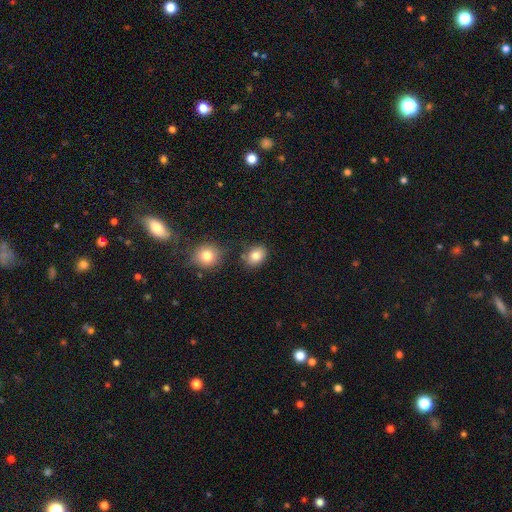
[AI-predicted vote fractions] Morphology: type=smooth (83%); roundness=in between (64%); merging=none (75%).